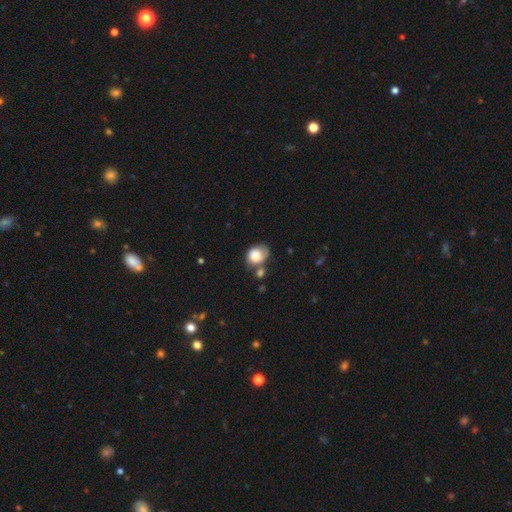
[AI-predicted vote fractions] smooth 75%, featured or disk 17%, star or artifact 8%. Down the decision tree: how rounded — round (54%); merging — none (37%).